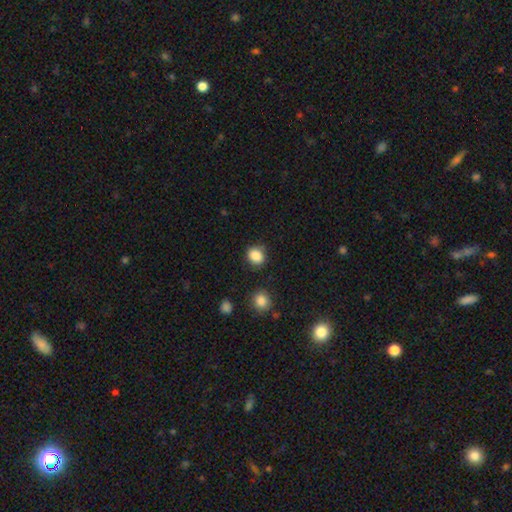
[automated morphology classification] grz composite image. It shows a smooth galaxy with no disk features (86%) that is round (63%). Merging: none (82%).